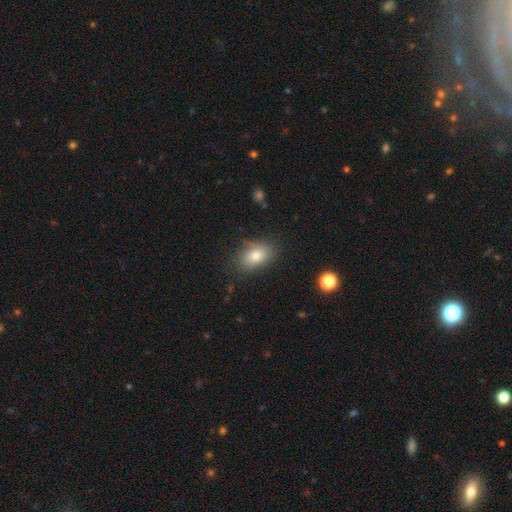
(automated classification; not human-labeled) The model was most divided on "merging": none: 79%, minor disturbance: 15%, major disturbance: 4%, merger: 2%. More confident: how rounded — in between (85%); smooth or featured — smooth (79%).